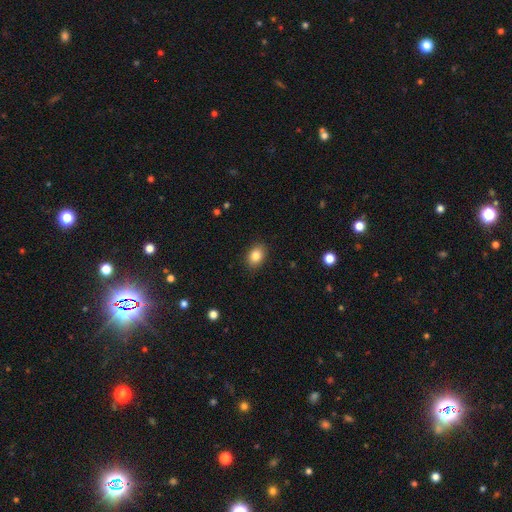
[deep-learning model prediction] smooth_or_featured: smooth (p=0.84) [alt: star or artifact p=0.09]
how_rounded: in between (p=0.74) [alt: round p=0.24]
merging: none (p=0.88) [alt: minor disturbance p=0.09]